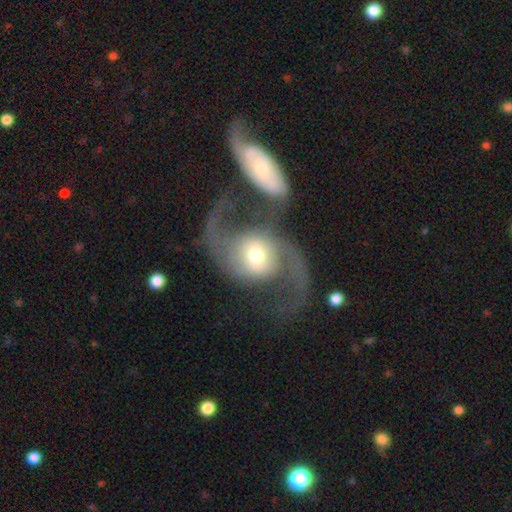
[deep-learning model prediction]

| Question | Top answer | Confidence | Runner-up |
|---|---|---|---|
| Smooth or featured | featured or disk | 82% | smooth (12%) |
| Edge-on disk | no | 96% | yes (4%) |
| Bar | no | 57% | weak (29%) |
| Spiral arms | yes | 93% | no (7%) |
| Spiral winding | loose | 57% | medium (35%) |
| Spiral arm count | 2 | 91% | 1 (3%) |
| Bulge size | moderate | 57% | small (26%) |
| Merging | none | 37% | merger (32%) |